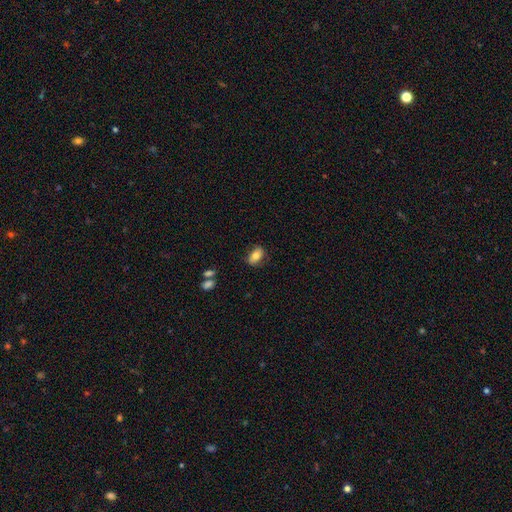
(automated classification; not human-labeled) smooth-or-featured: smooth: 76% | featured or disk: 17% | star or artifact: 8%
  how-rounded: in between: 87% | round: 9% | cigar-shaped: 4%
  merging: none: 77% | minor disturbance: 17% | major disturbance: 4% | merger: 2%